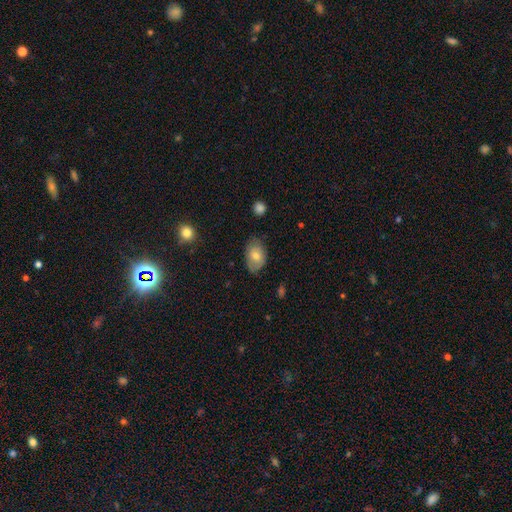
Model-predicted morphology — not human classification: The model was most divided on "smooth or featured": smooth: 69%, featured or disk: 23%, star or artifact: 8%. More confident: how rounded — in between (86%); merging — none (73%).